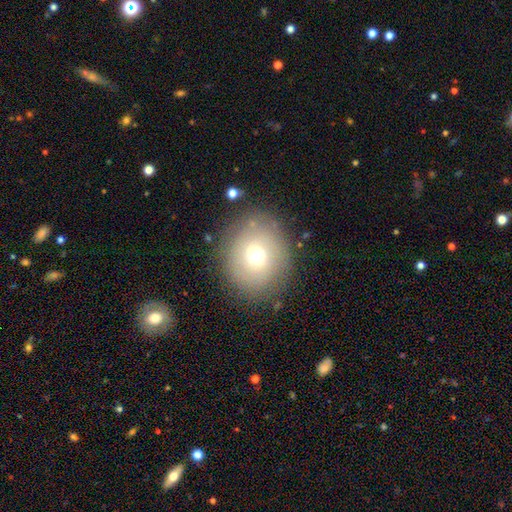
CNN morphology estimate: Smooth or featured? smooth (64%)
How rounded? round (77%)
Merging? none (82%)